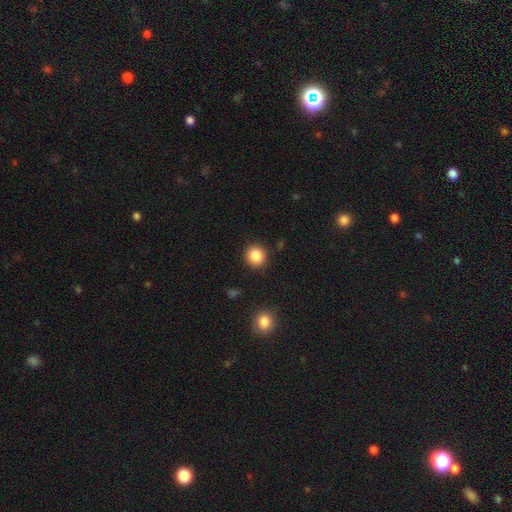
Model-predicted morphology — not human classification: Smooth or featured?
  - smooth: 86% *
  - star or artifact: 10%
  - featured or disk: 4%
How rounded?
  - round: 90% *
  - in between: 9%
  - cigar-shaped: 1%
Merging?
  - none: 90% *
  - minor disturbance: 6%
  - major disturbance: 2%
  - merger: 2%